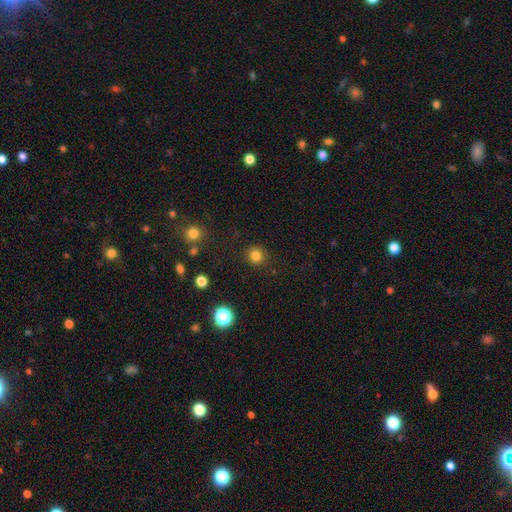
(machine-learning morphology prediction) Smooth or featured? Predicted: smooth (p=0.82). How rounded? Predicted: round (p=0.89). Merging? Predicted: none (p=0.89).